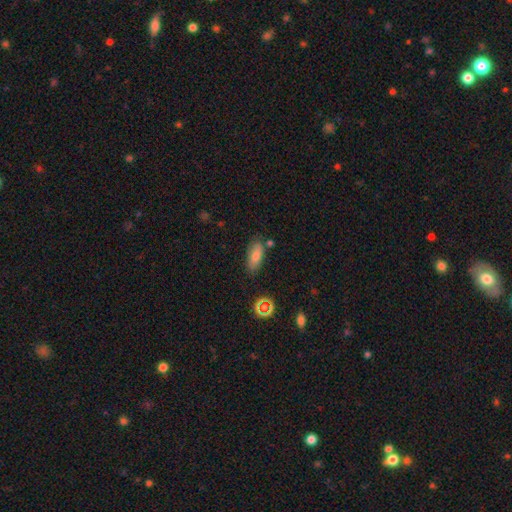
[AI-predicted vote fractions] Q: Smooth or featured?
A: smooth (79%); runner-up: star or artifact (11%)
Q: How rounded?
A: in between (80%); runner-up: cigar-shaped (16%)
Q: Merging?
A: none (73%); runner-up: minor disturbance (17%)